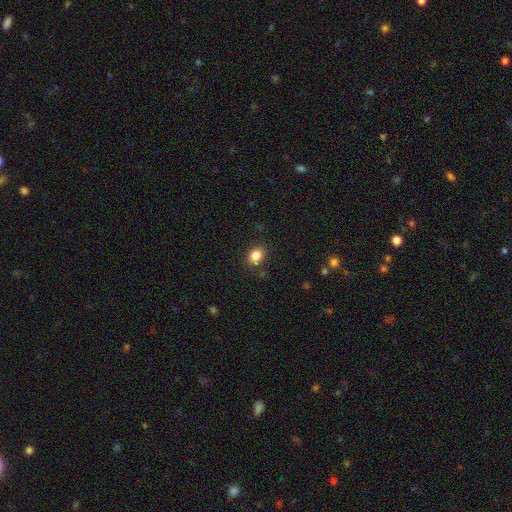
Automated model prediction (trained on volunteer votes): A smooth galaxy with no disk features (84%) that is in between round and cigar-shaped (50%). Merging: none (85%).